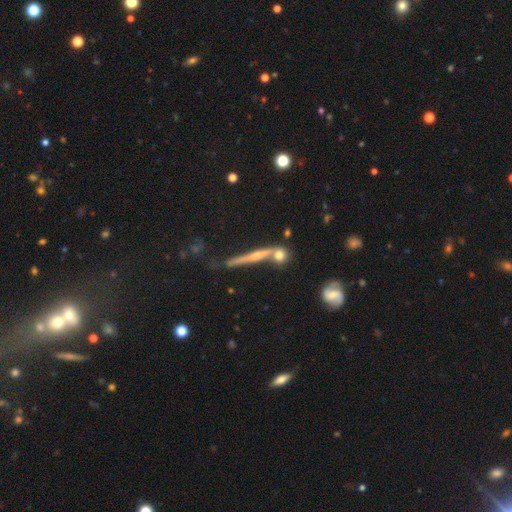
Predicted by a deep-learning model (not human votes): A featured or disk galaxy (57%) viewed edge-on (91%) with a rounded central bulge (53%).

Vote fractions:
- Smooth or featured? featured or disk: 57% / smooth: 34% / star or artifact: 9%
- Edge-on disk? yes: 91% / no: 9%
- Edge-on bulge? rounded: 53% / none: 38% / boxy: 9%
- Merging? none: 62% / merger: 17% / minor disturbance: 15% / major disturbance: 5%